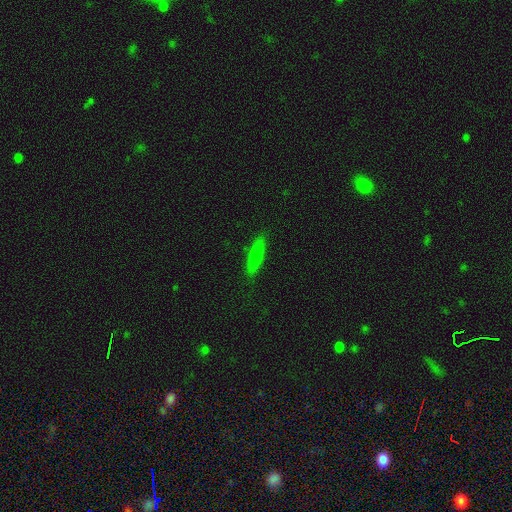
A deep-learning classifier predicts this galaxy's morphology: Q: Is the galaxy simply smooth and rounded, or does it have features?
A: smooth — 57%.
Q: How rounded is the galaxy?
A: cigar-shaped — 76%.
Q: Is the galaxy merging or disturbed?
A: none — 88%.